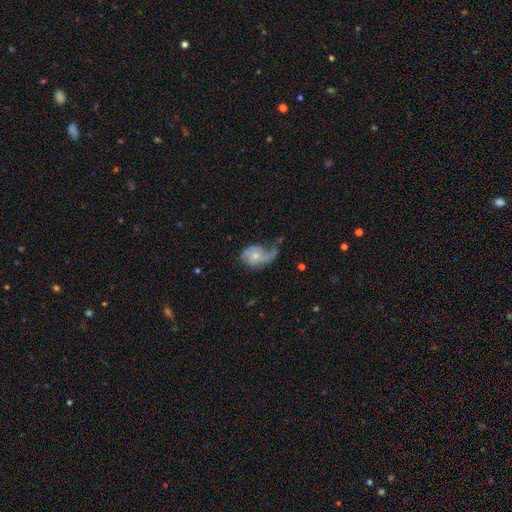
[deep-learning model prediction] A featured or disk galaxy (67%) with no bar (73%), 2 (47%) loose (56%) spiral arms (87%) and a small central bulge (57%).

Vote fractions:
- Smooth or featured? featured or disk: 67% / smooth: 26% / star or artifact: 7%
- Edge-on disk? no: 97% / yes: 3%
- Bar? no: 73% / weak: 23% / strong: 4%
- Spiral arms? yes: 87% / no: 13%
- Spiral winding? loose: 56% / medium: 31% / tight: 13%
- Spiral arm count? 2: 47% / 1: 40% / can't tell: 8% / 3: 3% / 4: 1% / more than 4: 1%
- Bulge size? small: 57% / moderate: 35% / none: 5% / large: 3% / dominant: 1%
- Merging? major disturbance: 39% / minor disturbance: 29% / none: 29% / merger: 4%